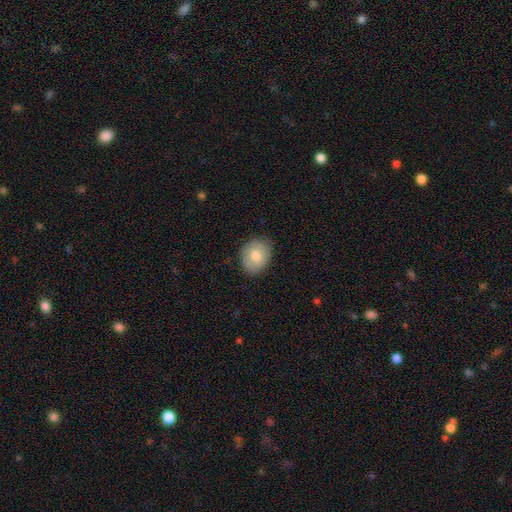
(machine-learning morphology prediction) Smooth or featured?
  - smooth: 76% *
  - featured or disk: 16%
  - star or artifact: 8%
How rounded?
  - in between: 51% *
  - round: 48%
  - cigar-shaped: 1%
Merging?
  - none: 81% *
  - minor disturbance: 15%
  - major disturbance: 3%
  - merger: 1%